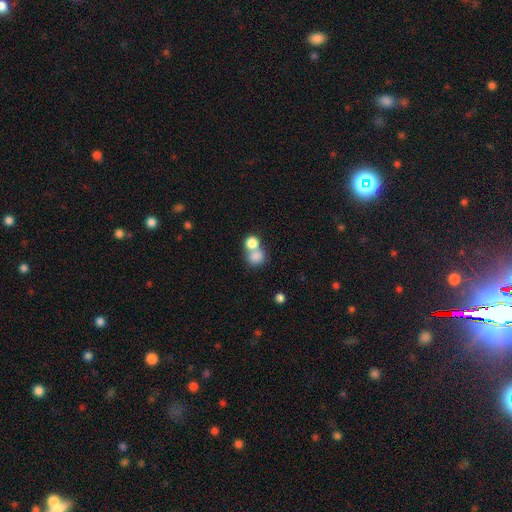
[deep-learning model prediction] Smooth or featured? smooth (80%)
How rounded? round (73%)
Merging? merger (55%)